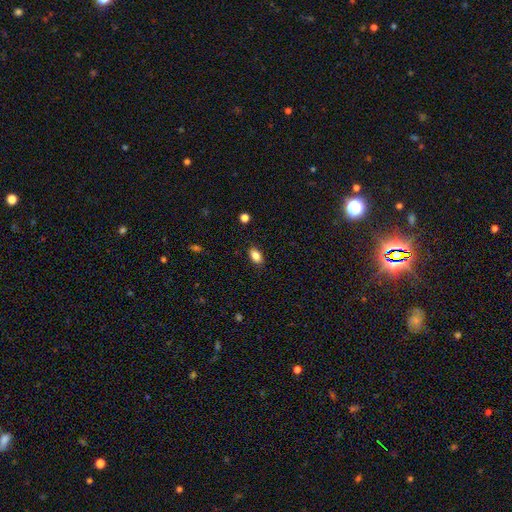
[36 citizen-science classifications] Smooth or featured: smooth — 92% (star or artifact — 6%)
How rounded: in between — 94% (round — 3%)
Merging: none — 85% (minor disturbance — 12%)